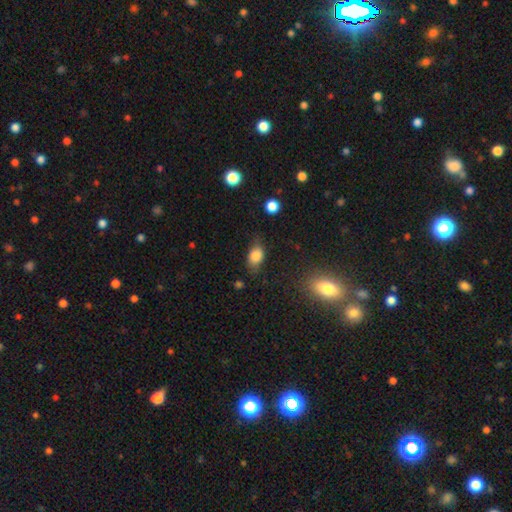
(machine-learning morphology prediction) type=smooth (81%); roundness=in between (81%); merging=none (66%).